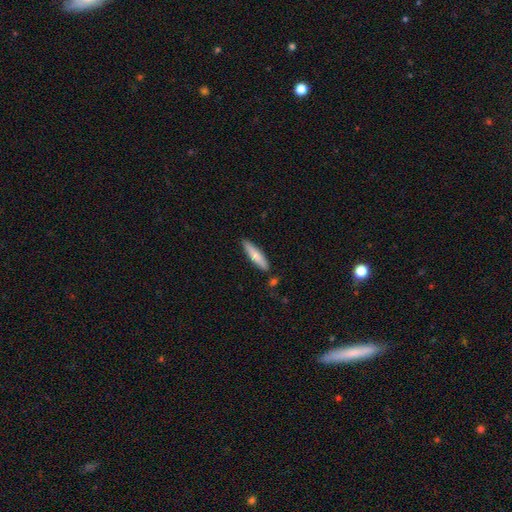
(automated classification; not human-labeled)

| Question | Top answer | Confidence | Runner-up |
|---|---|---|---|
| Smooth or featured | smooth | 73% | featured or disk (21%) |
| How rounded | cigar-shaped | 78% | in between (20%) |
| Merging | none | 83% | minor disturbance (12%) |